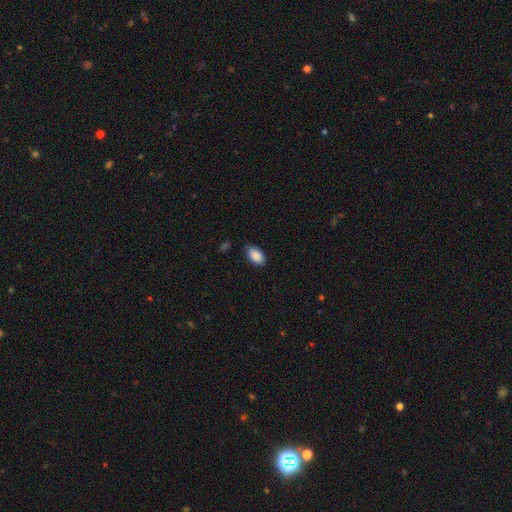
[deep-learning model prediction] Q: Smooth or featured?
A: smooth (90%); runner-up: star or artifact (7%)
Q: How rounded?
A: in between (94%); runner-up: round (5%)
Q: Merging?
A: none (81%); runner-up: minor disturbance (15%)